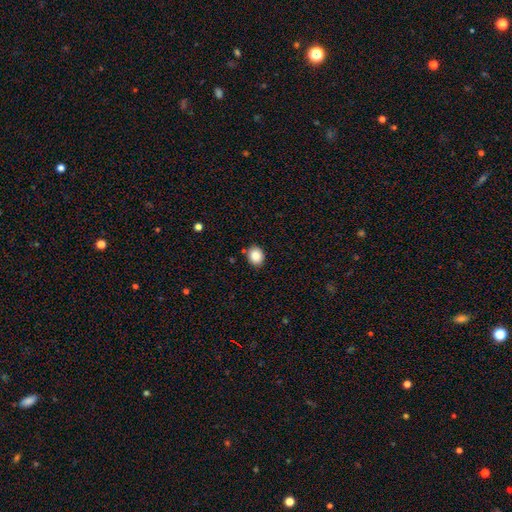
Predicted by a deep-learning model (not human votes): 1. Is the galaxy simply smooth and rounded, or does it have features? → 86% smooth, 9% star or artifact, 5% featured or disk.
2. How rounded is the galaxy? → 62% round, 38% in between, 1% cigar-shaped.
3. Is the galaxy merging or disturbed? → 87% none, 9% minor disturbance, 3% merger, 2% major disturbance.